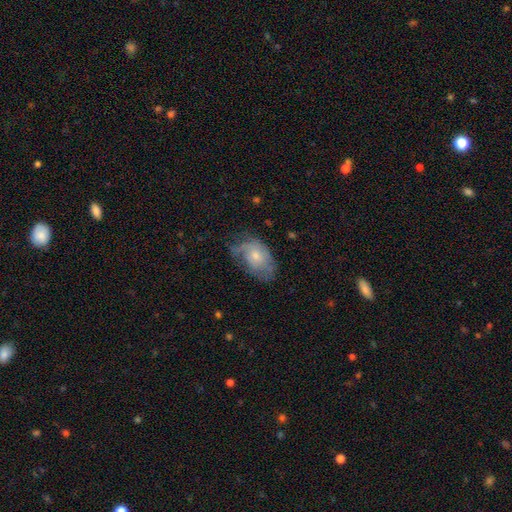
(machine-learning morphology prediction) This appears to be a smooth galaxy with no disk features (49%). Merging: none (42%).